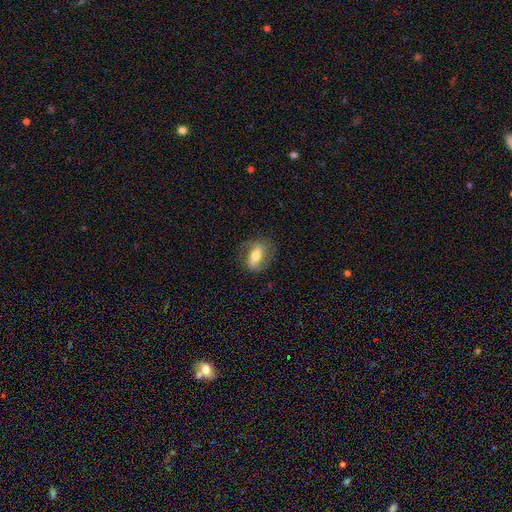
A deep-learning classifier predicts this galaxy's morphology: A featured or disk galaxy (50%). Merging: none (74%).